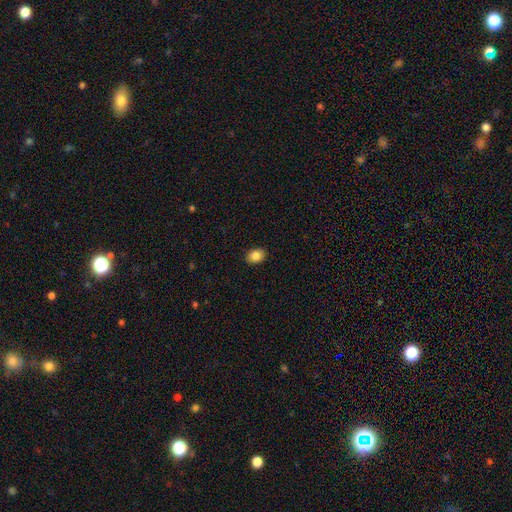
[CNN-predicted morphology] smooth 86%, star or artifact 8%, featured or disk 6%. Down the decision tree: how rounded — in between (68%); merging — none (90%).